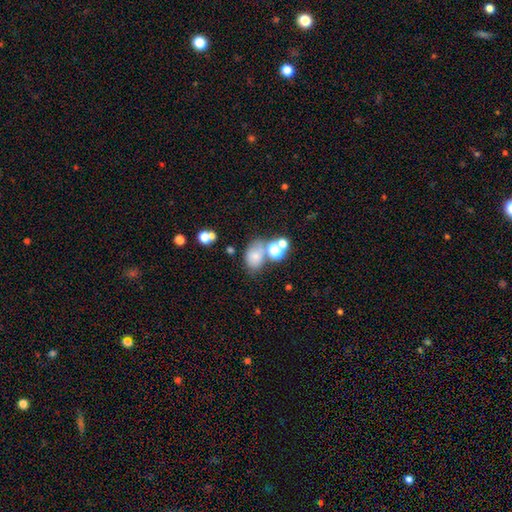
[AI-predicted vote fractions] Smooth or featured?
  - smooth: 69% *
  - star or artifact: 16%
  - featured or disk: 15%
How rounded?
  - in between: 70% *
  - round: 29%
  - cigar-shaped: 1%
Merging?
  - none: 51% *
  - merger: 24%
  - minor disturbance: 17%
  - major disturbance: 9%